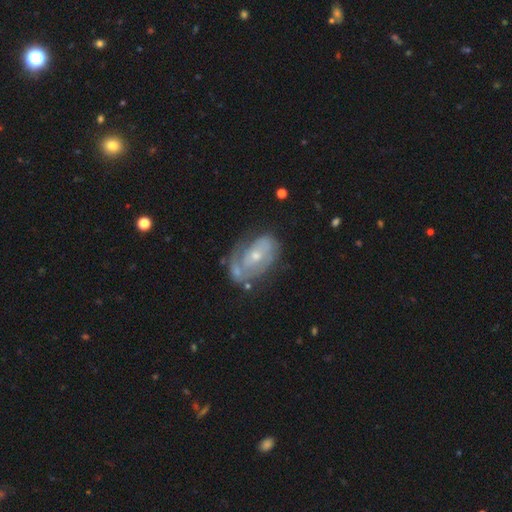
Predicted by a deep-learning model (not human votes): A featured or disk galaxy (75%) with no bar (67%), 2 (38%) tight (55%) spiral arms (74%) and a small central bulge (54%).

Vote fractions:
- Smooth or featured? featured or disk: 75% / smooth: 19% / star or artifact: 6%
- Edge-on disk? no: 95% / yes: 5%
- Bar? no: 67% / weak: 26% / strong: 7%
- Spiral arms? yes: 74% / no: 26%
- Spiral winding? tight: 55% / medium: 31% / loose: 13%
- Spiral arm count? 2: 38% / can't tell: 34% / 1: 19% / 3: 5% / 4: 2% / more than 4: 2%
- Bulge size? small: 54% / moderate: 42% / large: 2% / none: 2% / dominant: 1%
- Merging? none: 54% / minor disturbance: 25% / major disturbance: 14% / merger: 6%